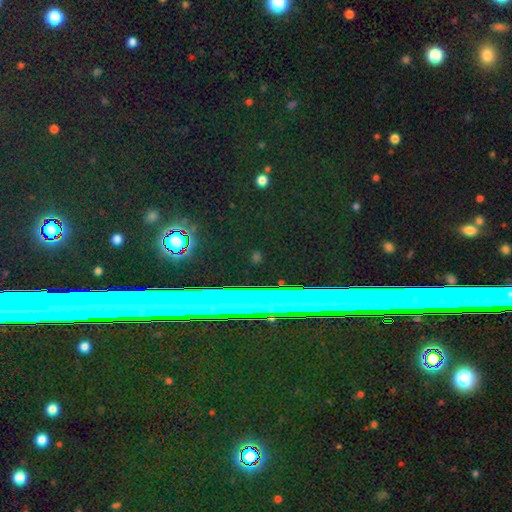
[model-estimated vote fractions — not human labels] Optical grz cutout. It shows a star or artifact, not a galaxy (62%).